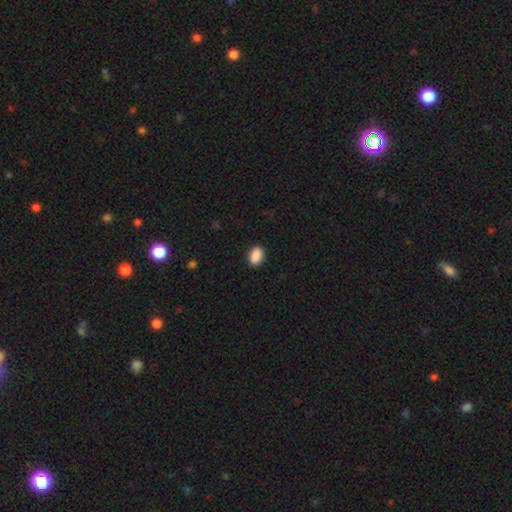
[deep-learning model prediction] This is clearly a smooth galaxy (90%). How rounded: clearly in between (83%). Merging: clearly none (90%).